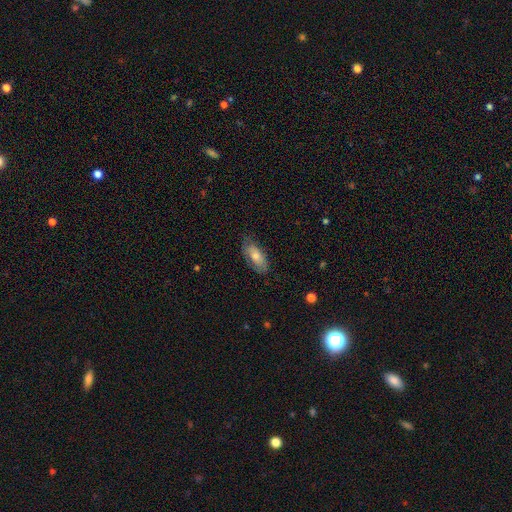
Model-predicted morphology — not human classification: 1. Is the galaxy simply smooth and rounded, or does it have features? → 61% smooth, 31% featured or disk, 8% star or artifact.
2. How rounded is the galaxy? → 86% in between, 11% cigar-shaped, 3% round.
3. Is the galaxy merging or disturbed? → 73% none, 21% minor disturbance, 5% major disturbance, 1% merger.